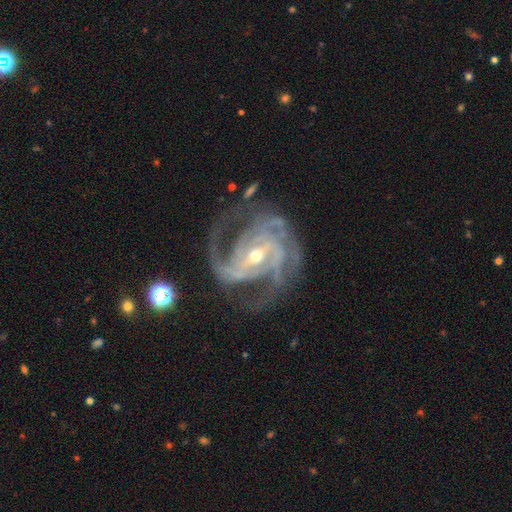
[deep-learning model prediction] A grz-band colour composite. It shows a featured or disk galaxy (92%) with a strong bar (42%), 3 (40%) medium (46%) spiral arms (98%) and a small central bulge (52%). Merging: none (66%).